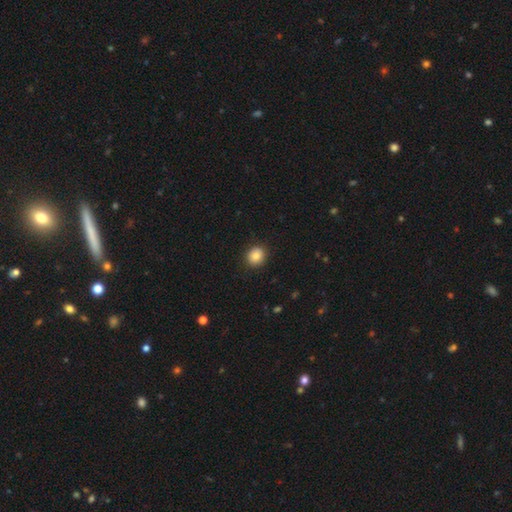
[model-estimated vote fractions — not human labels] smooth 85%, star or artifact 9%, featured or disk 6%. Down the decision tree: how rounded — round (78%); merging — none (90%).